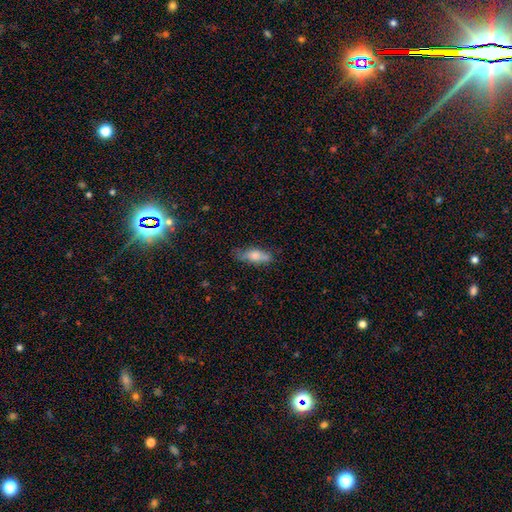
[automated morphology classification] This is likely a smooth galaxy (70%). How rounded: likely in between (62%). Merging: possibly none (60%).